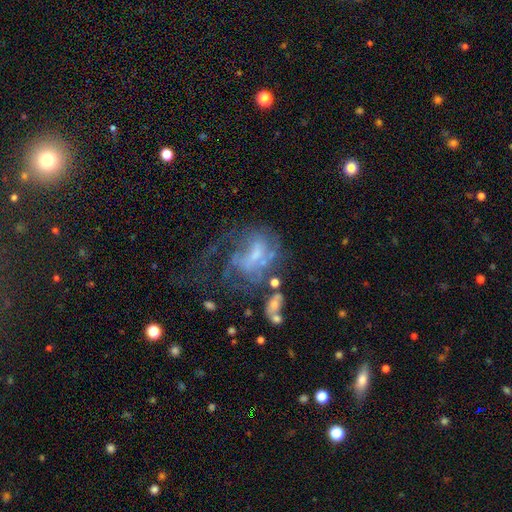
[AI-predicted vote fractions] Smooth or featured: featured or disk — 66% (smooth — 21%)
Edge-on disk: no — 97% (yes — 3%)
Bar: no — 54% (weak — 36%)
Spiral arms: yes — 53% (no — 47%)
Bulge size: small — 37% (moderate — 28%)
Merging: major disturbance — 51% (none — 23%)